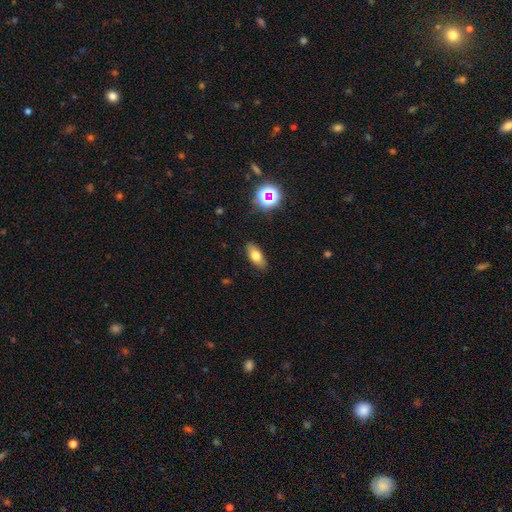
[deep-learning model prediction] A smooth galaxy with no disk features (72%) that is in between round and cigar-shaped (81%). Merging: none (87%).